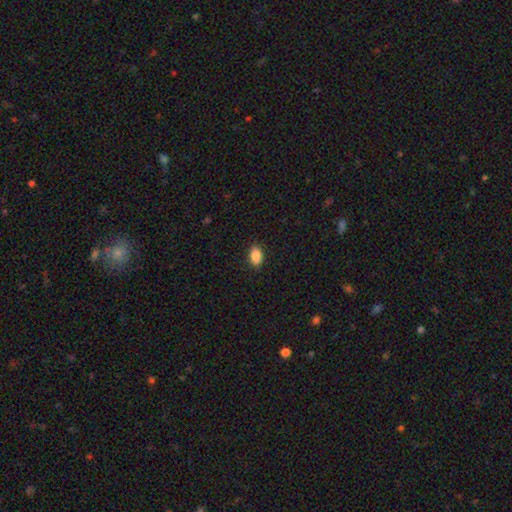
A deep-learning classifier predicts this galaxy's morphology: type=smooth (88%); roundness=in between (89%); merging=none (87%).